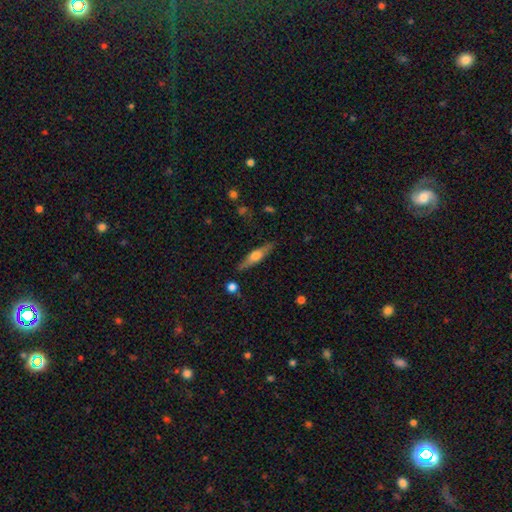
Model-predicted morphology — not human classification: A featured or disk galaxy (53%) viewed edge-on (92%).

Vote fractions:
- Smooth or featured? featured or disk: 53% / smooth: 41% / star or artifact: 6%
- Edge-on disk? yes: 92% / no: 8%
- Merging? none: 83% / minor disturbance: 12% / major disturbance: 3% / merger: 2%